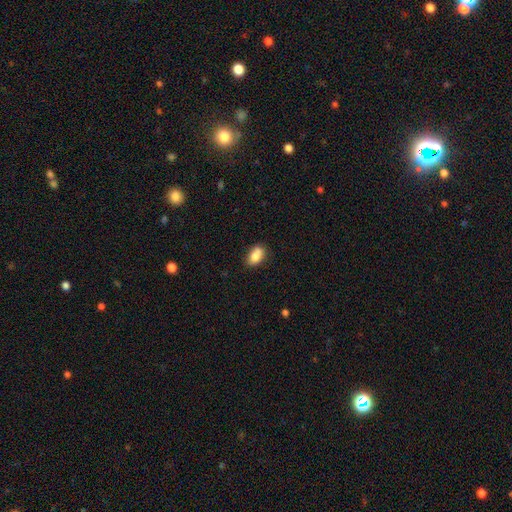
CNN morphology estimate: smooth 81%, featured or disk 11%, star or artifact 8%. Down the decision tree: how rounded — in between (87%); merging — none (65%).